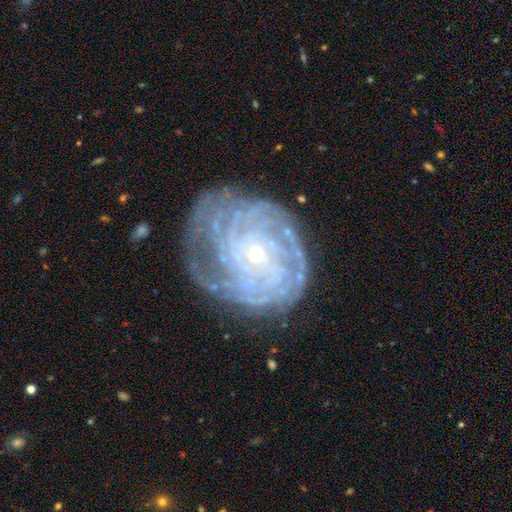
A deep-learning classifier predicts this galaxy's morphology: Smooth or featured: featured or disk — 86% (star or artifact — 7%)
Edge-on disk: no — 97% (yes — 3%)
Bar: no — 76% (weak — 18%)
Spiral arms: yes — 96% (no — 4%)
Spiral winding: tight — 82% (medium — 15%)
Spiral arm count: can't tell — 30% (more than 4 — 24%)
Bulge size: small — 84% (moderate — 12%)
Merging: none — 73% (minor disturbance — 18%)